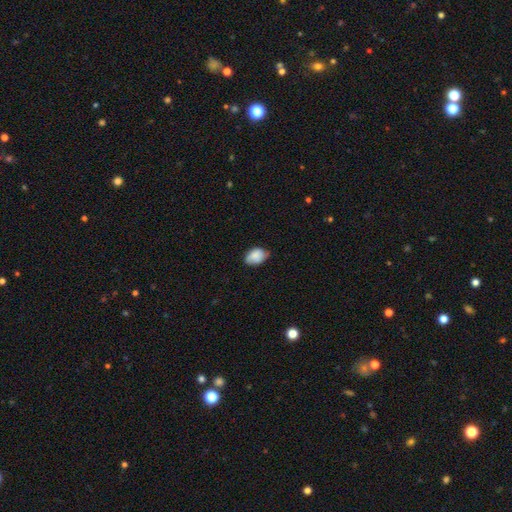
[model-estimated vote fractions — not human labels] smooth 82%, featured or disk 10%, star or artifact 7%. Down the decision tree: how rounded — in between (84%); merging — none (68%).